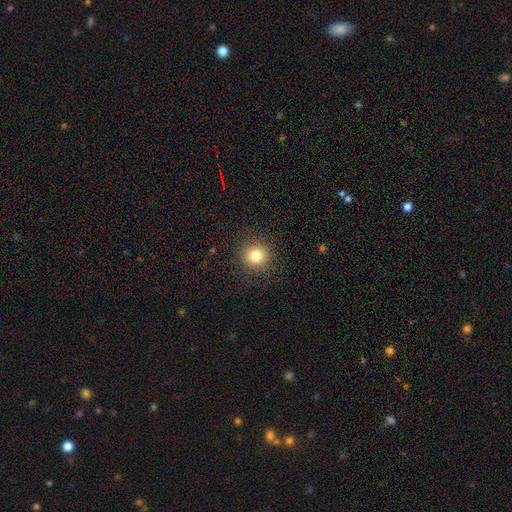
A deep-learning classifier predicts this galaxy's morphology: This is clearly a smooth galaxy (82%). How rounded: clearly round (92%). Merging: clearly none (90%).